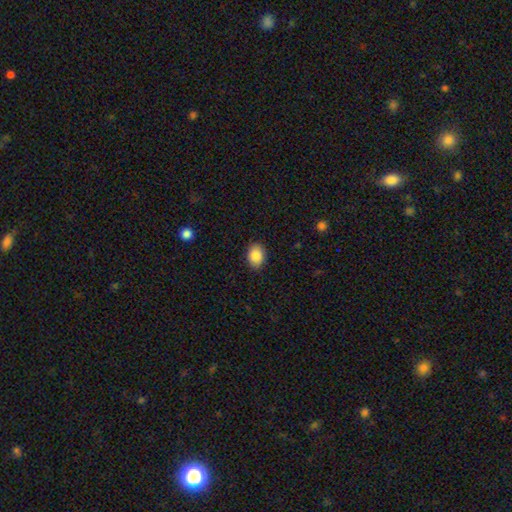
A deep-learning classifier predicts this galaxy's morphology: Smooth or featured?
  - smooth: 88% *
  - star or artifact: 8%
  - featured or disk: 4%
How rounded?
  - in between: 69% *
  - round: 30%
  - cigar-shaped: 1%
Merging?
  - none: 89% *
  - minor disturbance: 8%
  - major disturbance: 2%
  - merger: 1%